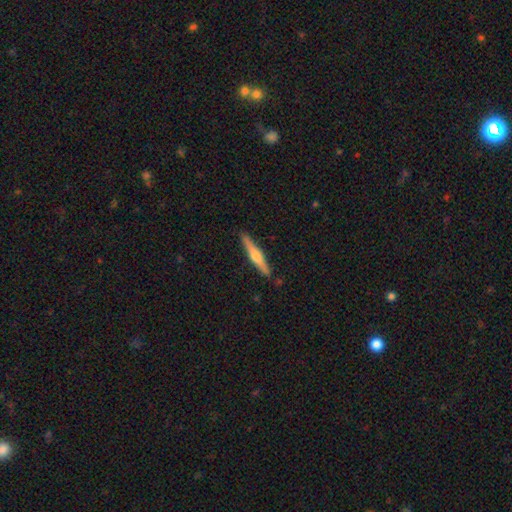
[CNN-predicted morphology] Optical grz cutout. It shows a featured or disk galaxy (60%) viewed edge-on (97%) with a rounded central bulge (85%). Merging: none (90%).